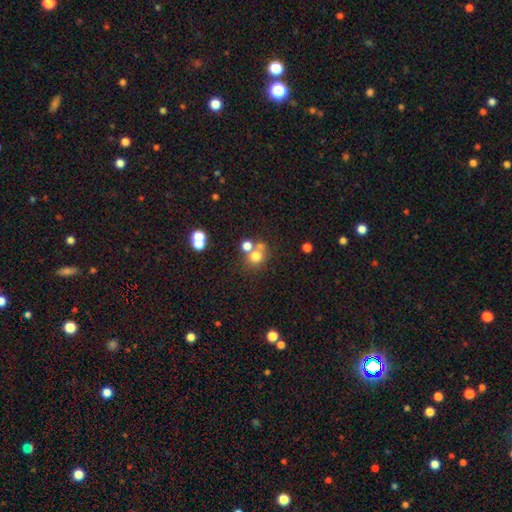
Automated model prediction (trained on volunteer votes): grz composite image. It shows a smooth galaxy with no disk features (69%) that is round (82%). Merging: none (53%).